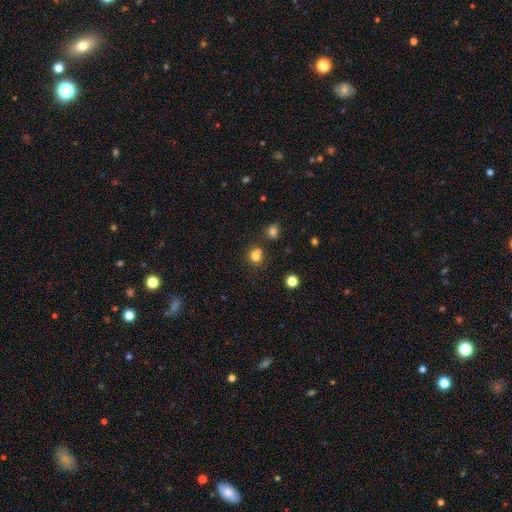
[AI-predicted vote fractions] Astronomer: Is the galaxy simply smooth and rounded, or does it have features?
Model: smooth — 75%.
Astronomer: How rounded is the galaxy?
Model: round — 80%.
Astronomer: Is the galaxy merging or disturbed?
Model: none — 51% (runner-up: merger, 37%).